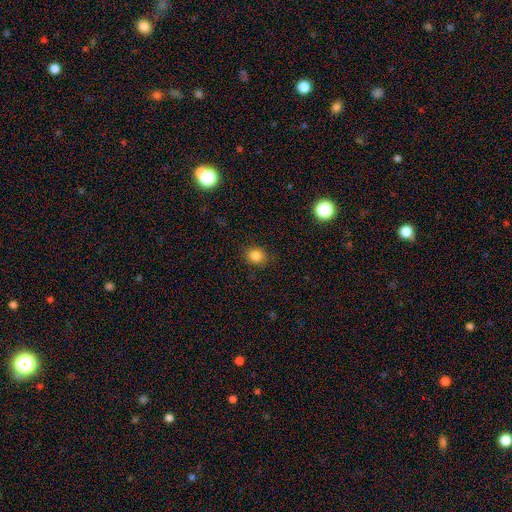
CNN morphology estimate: Smooth or featured: smooth — 84% (star or artifact — 12%)
How rounded: round — 68% (in between — 31%)
Merging: none — 85% (minor disturbance — 11%)